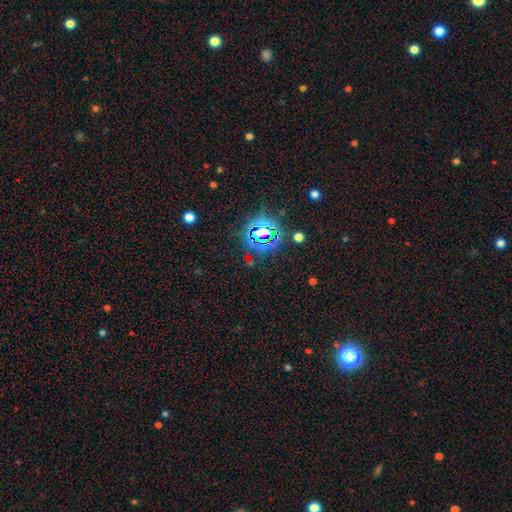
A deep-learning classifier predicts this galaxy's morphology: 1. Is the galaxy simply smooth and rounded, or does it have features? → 81% star or artifact, 12% smooth, 7% featured or disk.